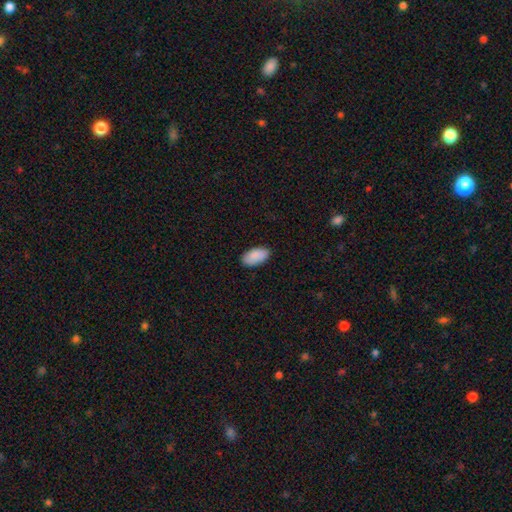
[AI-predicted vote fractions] Smooth or featured?
  - smooth: 89% *
  - star or artifact: 6%
  - featured or disk: 5%
How rounded?
  - in between: 95% *
  - round: 2%
  - cigar-shaped: 2%
Merging?
  - none: 86% *
  - minor disturbance: 11%
  - major disturbance: 2%
  - merger: 1%